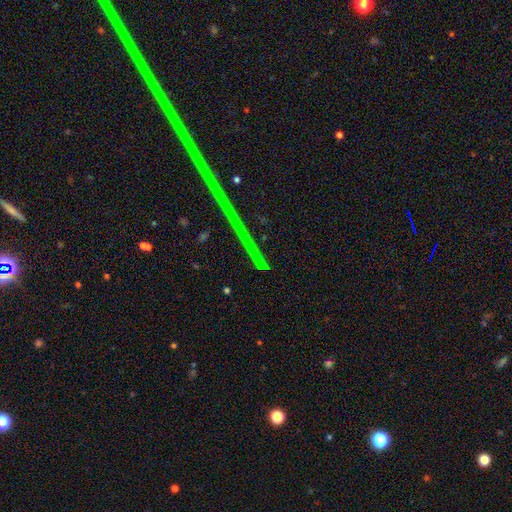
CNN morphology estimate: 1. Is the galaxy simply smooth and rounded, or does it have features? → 79% star or artifact, 13% featured or disk, 9% smooth.